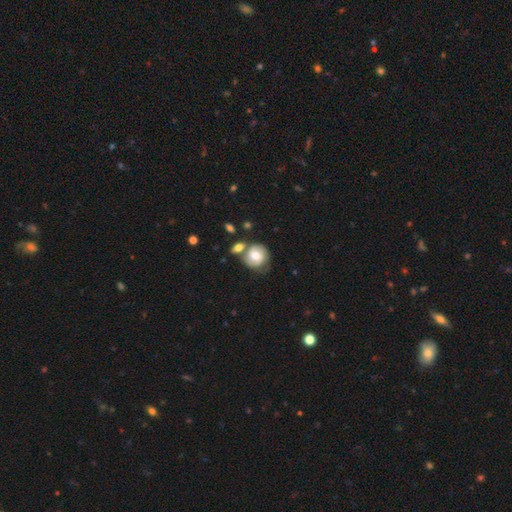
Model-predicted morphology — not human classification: This appears to be a smooth galaxy with no disk features (52%) that is round (85%). Merging: none (49%).